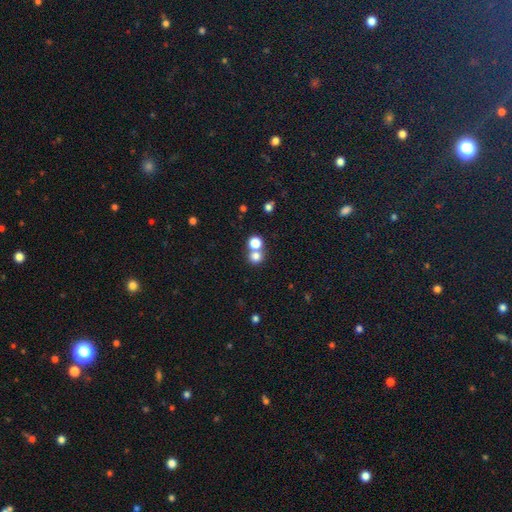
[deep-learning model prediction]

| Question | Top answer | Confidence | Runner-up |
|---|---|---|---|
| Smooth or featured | smooth | 77% | star or artifact (15%) |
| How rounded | round | 88% | in between (11%) |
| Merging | none | 50% | merger (42%) |